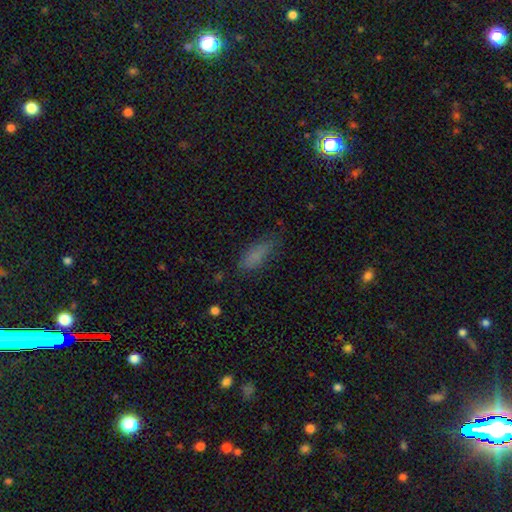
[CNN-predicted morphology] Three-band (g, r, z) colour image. It shows a smooth galaxy with no disk features (79%) that is in between round and cigar-shaped (62%). Merging: none (68%).